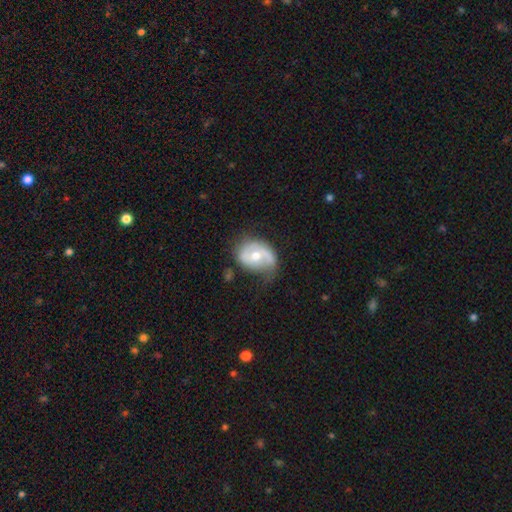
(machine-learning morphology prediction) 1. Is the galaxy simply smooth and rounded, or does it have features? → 64% featured or disk, 30% smooth, 6% star or artifact.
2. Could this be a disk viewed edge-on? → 96% no, 4% yes.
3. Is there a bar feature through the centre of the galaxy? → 61% no, 31% weak, 8% strong.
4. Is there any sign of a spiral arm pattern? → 75% yes, 25% no.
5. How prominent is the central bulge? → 72% moderate, 21% small, 5% large, 1% none, 1% dominant.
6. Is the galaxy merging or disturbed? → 47% none, 33% minor disturbance, 17% major disturbance, 3% merger.